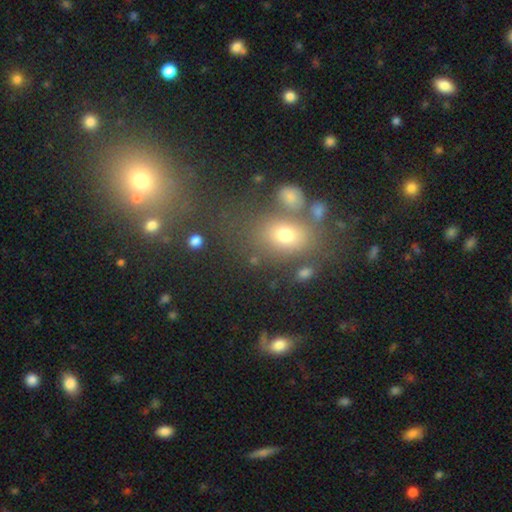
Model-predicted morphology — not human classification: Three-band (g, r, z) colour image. It shows a smooth galaxy with no disk features (65%) that is in between round and cigar-shaped (63%). Merging: none (67%).